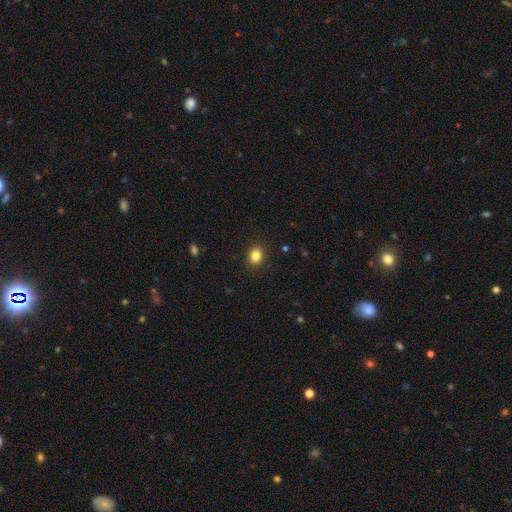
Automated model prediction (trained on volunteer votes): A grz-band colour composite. It shows a smooth galaxy with no disk features (84%) that is round (59%). Merging: none (90%).